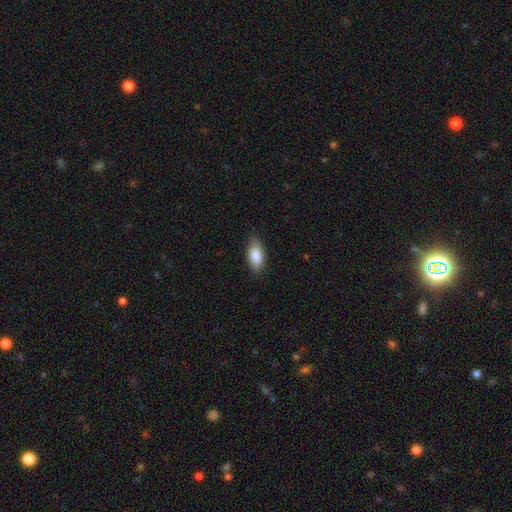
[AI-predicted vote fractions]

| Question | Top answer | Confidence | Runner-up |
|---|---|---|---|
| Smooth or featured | smooth | 86% | featured or disk (7%) |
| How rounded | in between | 87% | cigar-shaped (11%) |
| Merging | none | 82% | minor disturbance (14%) |